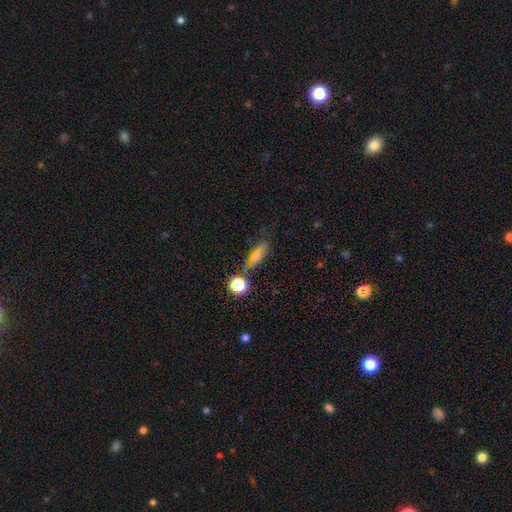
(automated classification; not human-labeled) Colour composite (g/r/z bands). It shows a smooth galaxy with no disk features (60%) that is in between round and cigar-shaped (47%). Merging: none (65%).